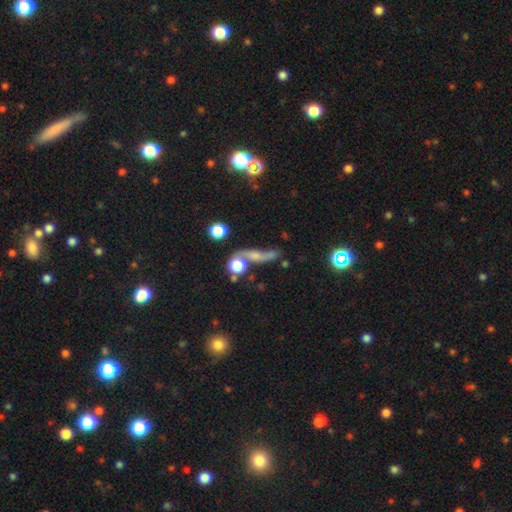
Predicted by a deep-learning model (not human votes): This is possibly a featured or disk galaxy (47%). Merging: marginally none (44%).